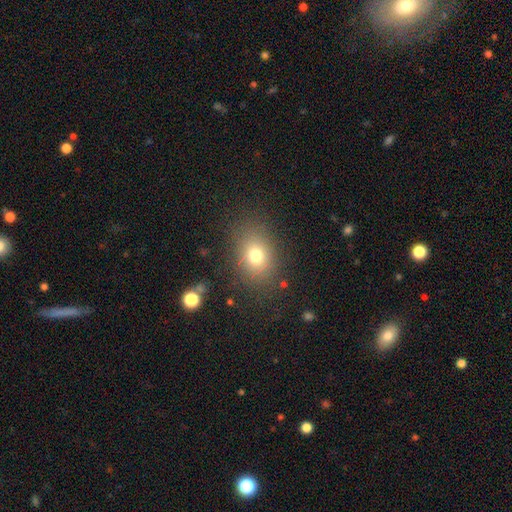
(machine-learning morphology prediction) The model was most divided on "how rounded": in between: 55%, round: 44%, cigar-shaped: 1%. More confident: merging — none (81%); smooth or featured — smooth (73%).